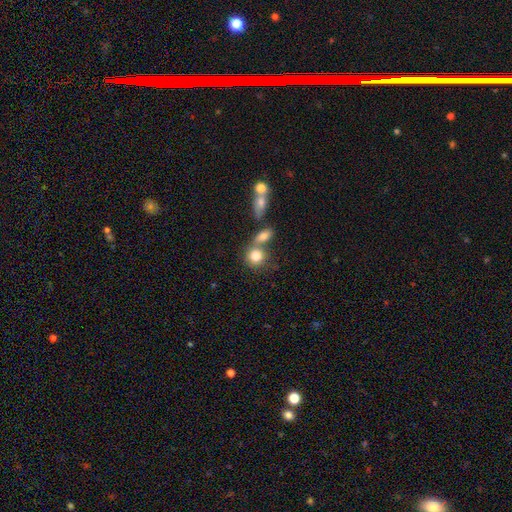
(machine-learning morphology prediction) Smooth or featured? smooth (80%)
How rounded? round (77%)
Merging? none (44%)